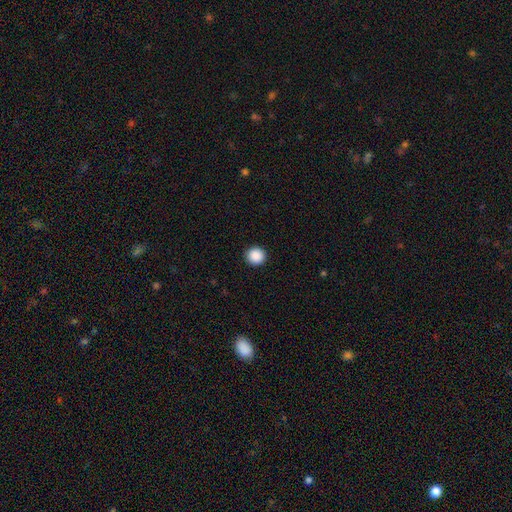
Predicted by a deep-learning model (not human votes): smooth_or_featured: smooth (p=0.89) [alt: star or artifact p=0.09]
how_rounded: round (p=0.94) [alt: in between p=0.05]
merging: none (p=0.92) [alt: minor disturbance p=0.05]